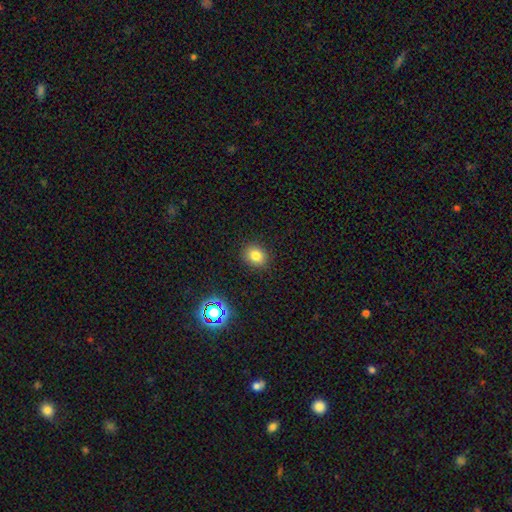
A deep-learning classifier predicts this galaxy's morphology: Smooth or featured? smooth (79%)
How rounded? round (67%)
Merging? none (88%)